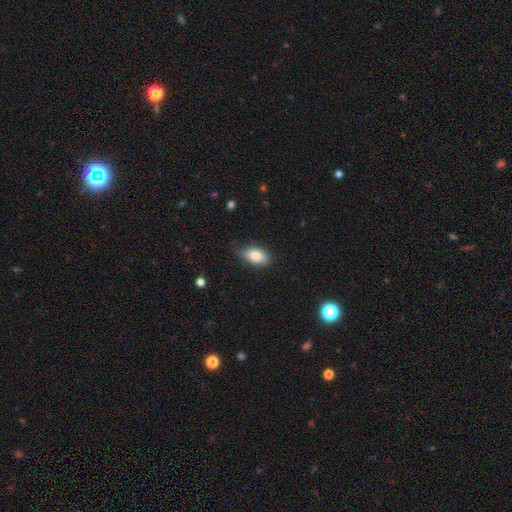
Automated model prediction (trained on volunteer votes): This appears to be a smooth galaxy with no disk features (82%) that is in between round and cigar-shaped (92%). Merging: none (72%).